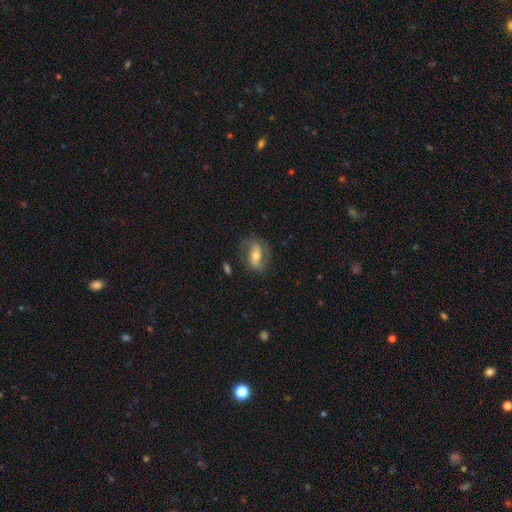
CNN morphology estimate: smooth-or-featured: featured or disk: 54% | smooth: 38% | star or artifact: 7%
  disk-edge-on: no: 88% | yes: 12%
  merging: none: 72% | minor disturbance: 18% | major disturbance: 9% | merger: 2%